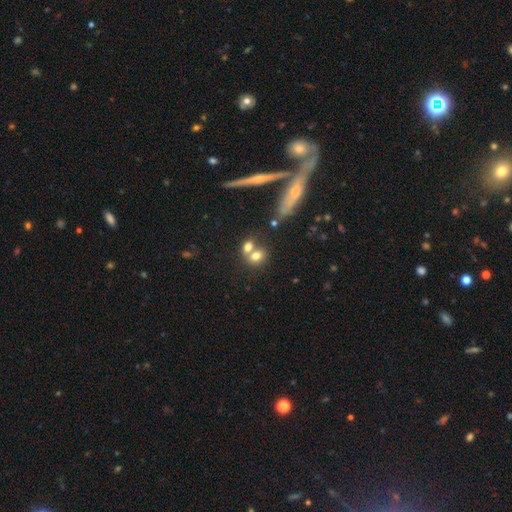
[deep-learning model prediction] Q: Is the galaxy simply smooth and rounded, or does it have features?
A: smooth — 71%.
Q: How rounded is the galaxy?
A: round — 51%.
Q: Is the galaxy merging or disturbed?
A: merger — 51%.